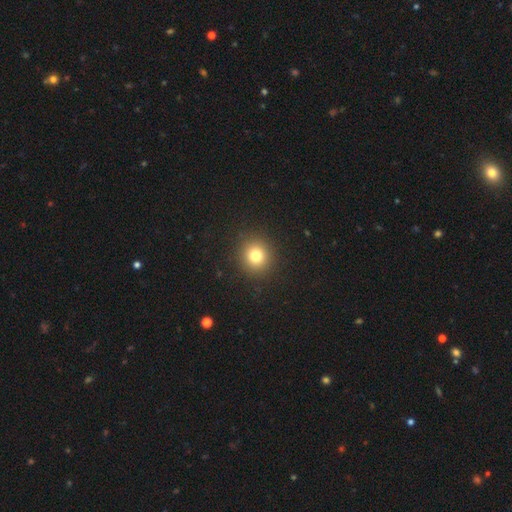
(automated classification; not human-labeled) The model was most divided on "smooth or featured": smooth: 78%, star or artifact: 14%, featured or disk: 8%. More confident: merging — none (91%); how rounded — round (90%).